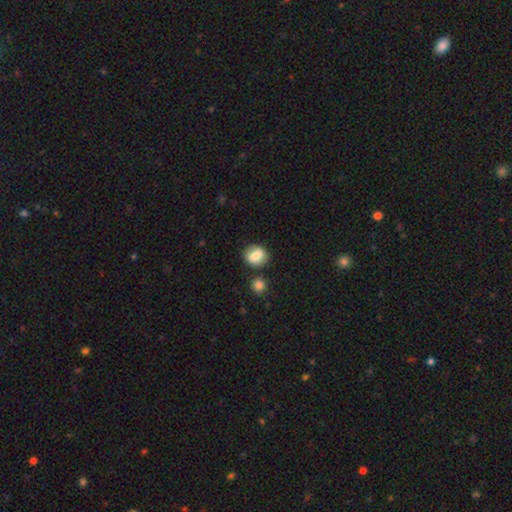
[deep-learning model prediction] Smooth or featured?
  - smooth: 79% *
  - featured or disk: 13%
  - star or artifact: 8%
How rounded?
  - round: 60% *
  - in between: 38%
  - cigar-shaped: 1%
Merging?
  - none: 79% *
  - minor disturbance: 11%
  - merger: 8%
  - major disturbance: 3%